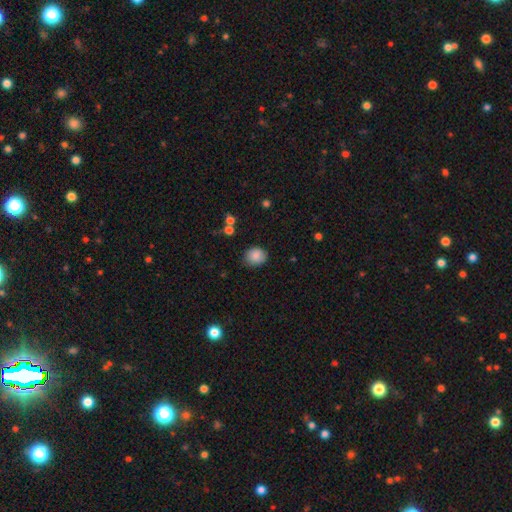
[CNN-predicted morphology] Overall: smooth (85%). How rounded: round (58%; in between 41%). Merging: none (79%).